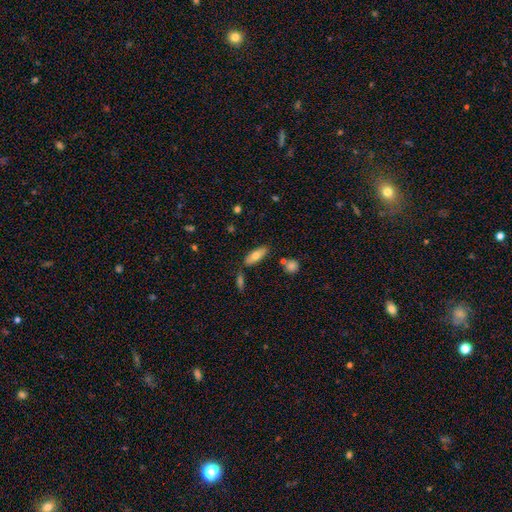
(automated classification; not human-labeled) Smooth or featured? smooth (71%)
How rounded? in between (72%)
Merging? none (76%)